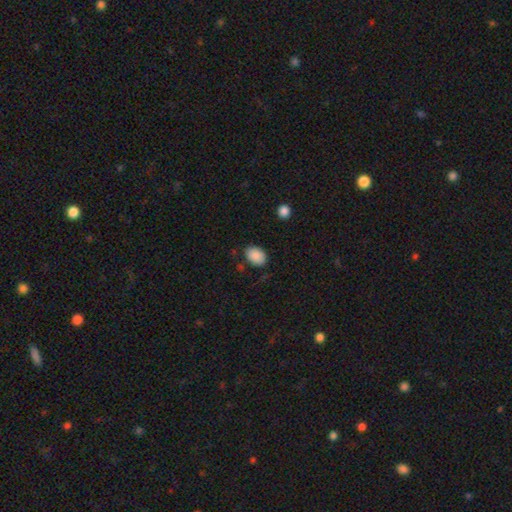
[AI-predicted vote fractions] Overall: smooth (88%). How rounded: in between (80%). Merging: none (80%).